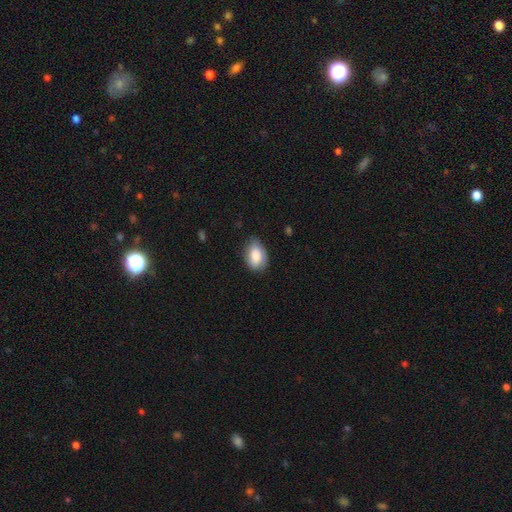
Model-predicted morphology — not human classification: smooth 85%, featured or disk 8%, star or artifact 7%. Down the decision tree: how rounded — in between (89%); merging — none (71%).